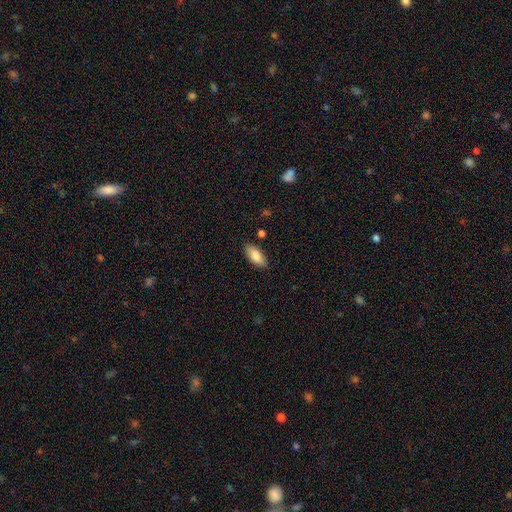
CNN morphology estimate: The model was most divided on "smooth or featured": smooth: 84%, featured or disk: 9%, star or artifact: 7%. More confident: how rounded — in between (88%); merging — none (86%).